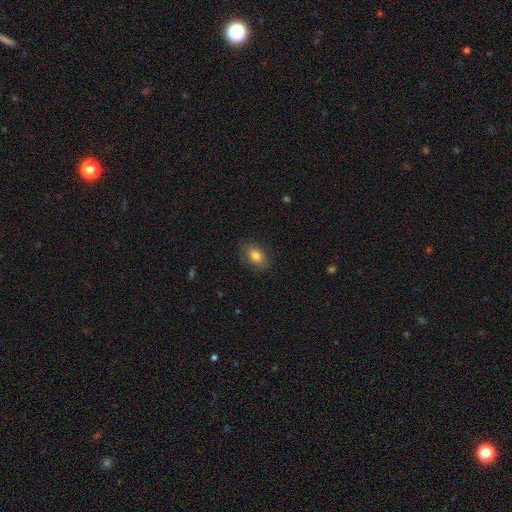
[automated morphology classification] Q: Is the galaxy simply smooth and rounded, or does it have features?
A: smooth — 82%.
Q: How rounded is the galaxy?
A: in between — 84%.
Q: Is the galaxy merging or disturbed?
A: none — 81%.